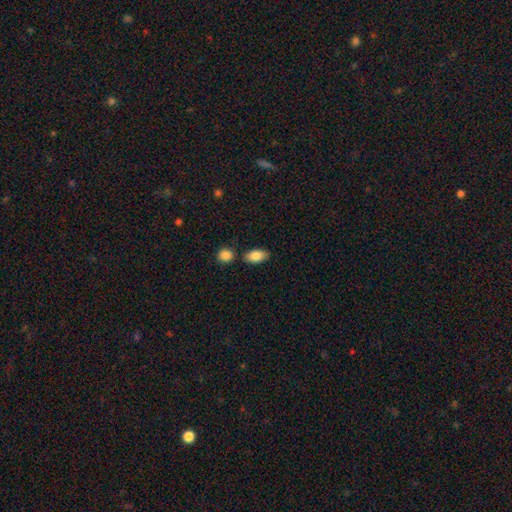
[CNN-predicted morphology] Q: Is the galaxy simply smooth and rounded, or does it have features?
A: smooth — 85%.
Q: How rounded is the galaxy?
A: in between — 91%.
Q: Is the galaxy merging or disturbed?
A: none — 78%.